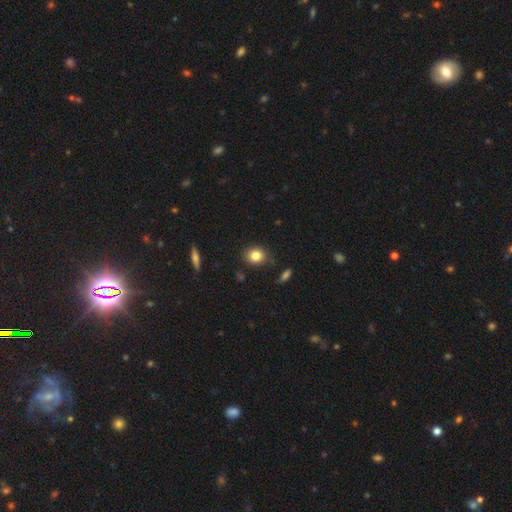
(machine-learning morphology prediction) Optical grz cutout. It shows a smooth galaxy with no disk features (83%) that is round (68%). Merging: none (82%).